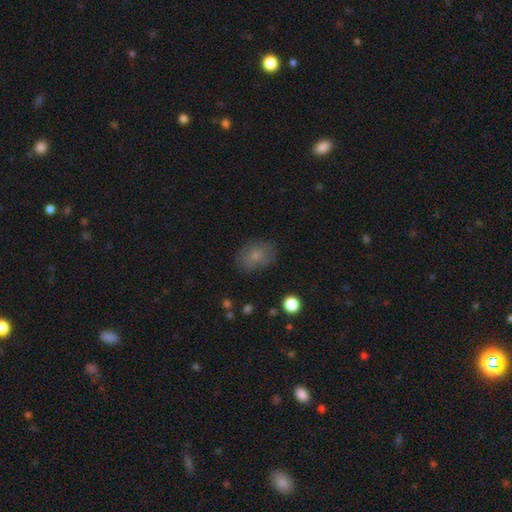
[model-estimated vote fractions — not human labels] A smooth galaxy with no disk features (75%) that is in between round and cigar-shaped (73%).

Vote fractions:
- Smooth or featured? smooth: 75% / featured or disk: 15% / star or artifact: 10%
- How rounded? in between: 73% / round: 26% / cigar-shaped: 1%
- Merging? none: 77% / minor disturbance: 17% / major disturbance: 5% / merger: 2%